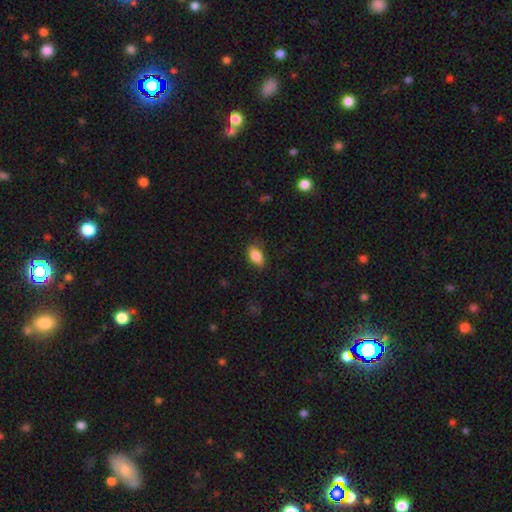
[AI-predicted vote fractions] Overall: smooth (86%). How rounded: in between (90%). Merging: none (77%).